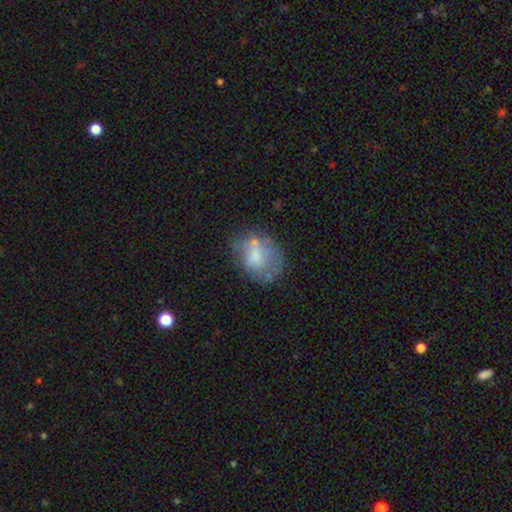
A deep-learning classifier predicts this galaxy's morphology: This appears to be a smooth galaxy with no disk features (54%) that is in between round and cigar-shaped (54%). Merging: none (47%).